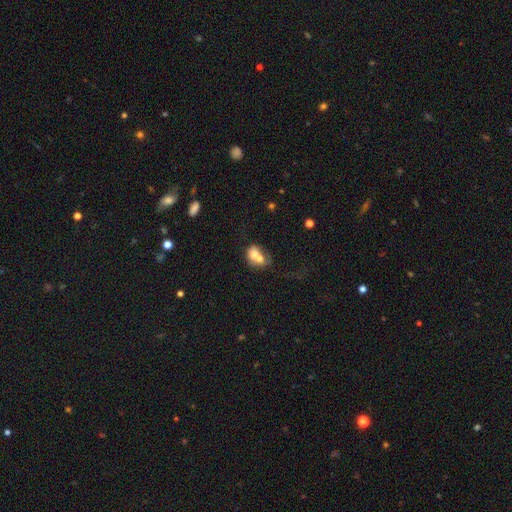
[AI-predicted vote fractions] Smooth or featured? Predicted: smooth (p=0.64). How rounded? Predicted: in between (p=0.53). Merging? Predicted: merger (p=0.70).